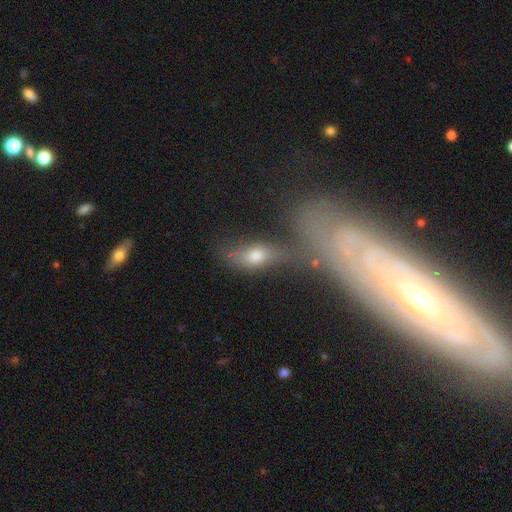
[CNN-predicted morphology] This appears to be a smooth galaxy with no disk features (58%) that is in between round and cigar-shaped (71%). Merging: none (42%).